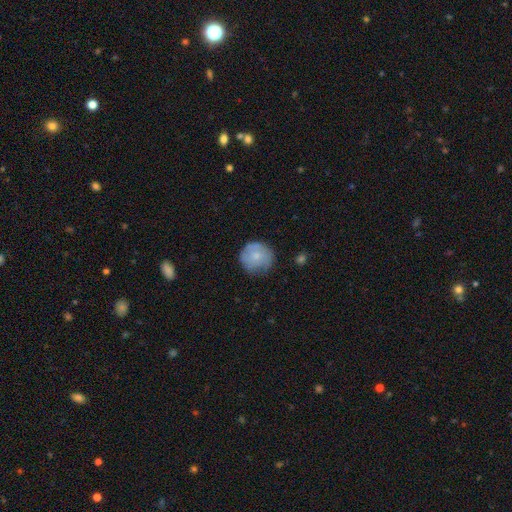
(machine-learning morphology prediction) This appears to be a smooth galaxy with no disk features (67%) that is round (91%). Merging: none (69%).